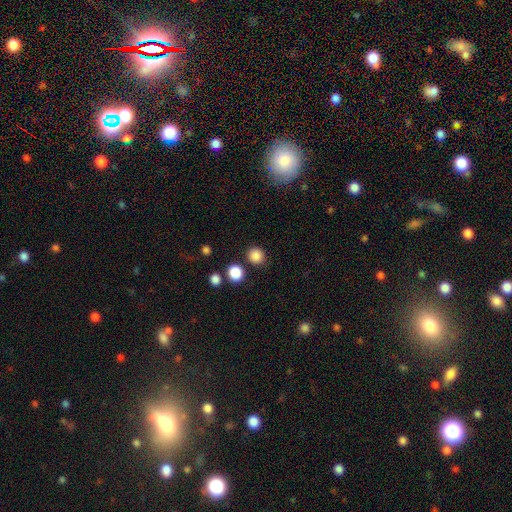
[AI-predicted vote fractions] Smooth or featured?
  - smooth: 86% *
  - star or artifact: 11%
  - featured or disk: 3%
How rounded?
  - round: 89% *
  - in between: 10%
  - cigar-shaped: 1%
Merging?
  - none: 85% *
  - minor disturbance: 8%
  - merger: 5%
  - major disturbance: 3%